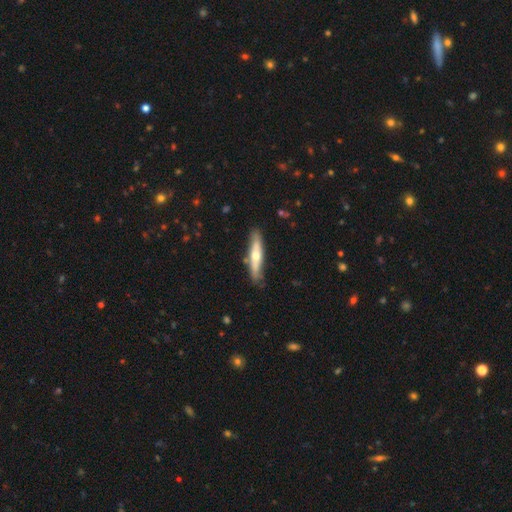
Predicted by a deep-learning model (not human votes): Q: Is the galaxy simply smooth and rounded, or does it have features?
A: featured or disk — 50%.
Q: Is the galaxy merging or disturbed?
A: none — 82%.